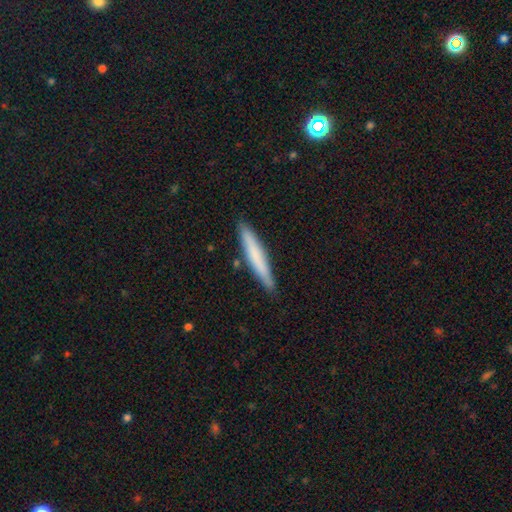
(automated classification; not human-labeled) Q: Smooth or featured?
A: smooth (69%); runner-up: featured or disk (25%)
Q: How rounded?
A: cigar-shaped (95%); runner-up: in between (4%)
Q: Merging?
A: none (88%); runner-up: minor disturbance (9%)